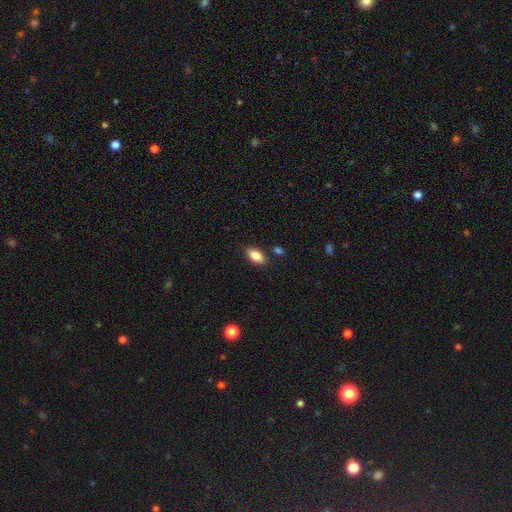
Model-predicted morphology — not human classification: type=smooth (83%); roundness=in between (91%); merging=none (83%).